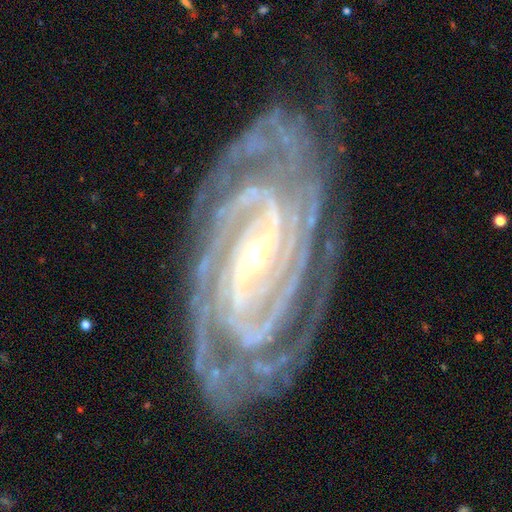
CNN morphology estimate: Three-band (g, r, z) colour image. It shows a featured or disk galaxy (93%) with a strong bar (48%), 4 (25%) tight (81%) spiral arms (99%) and a small central bulge (70%). Merging: none (81%).